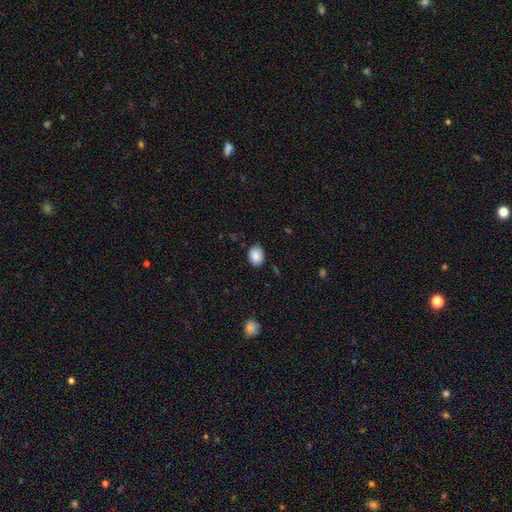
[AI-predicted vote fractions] This is clearly a smooth galaxy (88%). How rounded: possibly in between (59%). Merging: clearly none (82%).